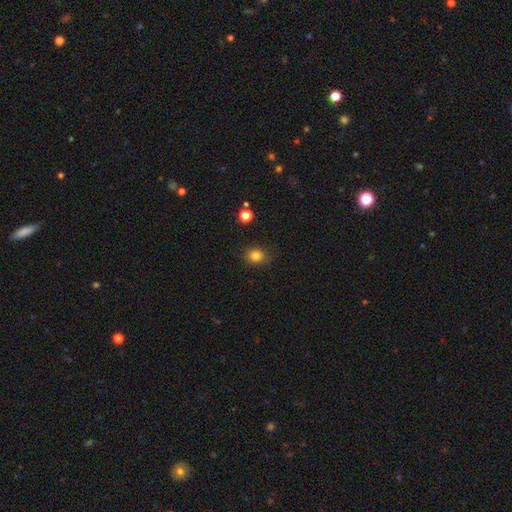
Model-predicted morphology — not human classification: The model was most divided on "how rounded": round: 70%, in between: 29%, cigar-shaped: 1%. More confident: merging — none (87%); smooth or featured — smooth (82%).